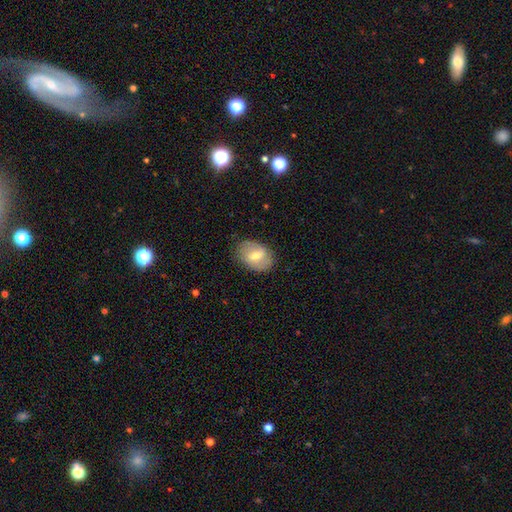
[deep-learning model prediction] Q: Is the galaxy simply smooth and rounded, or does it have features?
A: smooth — 53%.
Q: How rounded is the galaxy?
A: in between — 79%.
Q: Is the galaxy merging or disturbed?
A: none — 78%.